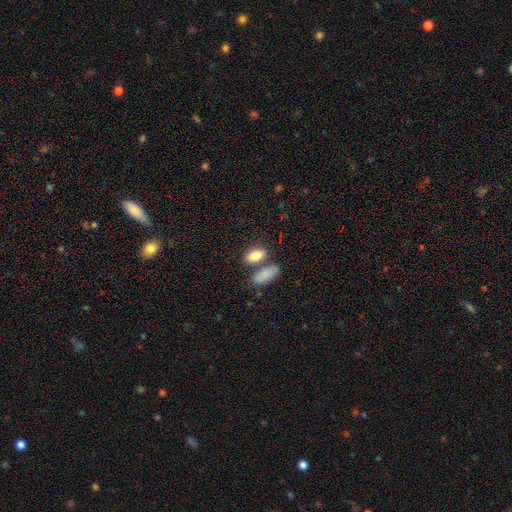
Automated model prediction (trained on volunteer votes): Overall: smooth (84%). How rounded: in between (87%). Merging: none (61%; merger 22%).